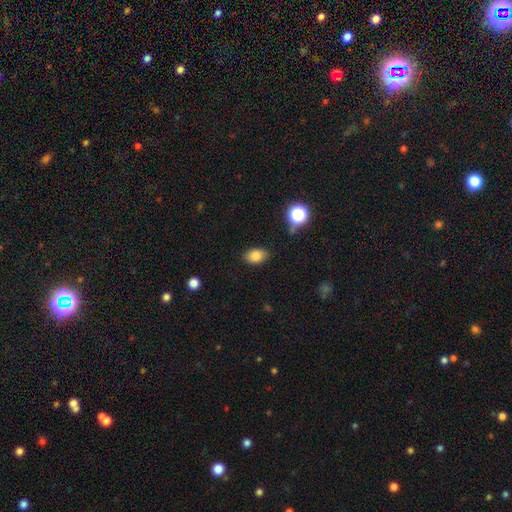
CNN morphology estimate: smooth 83%, star or artifact 11%, featured or disk 7%. Down the decision tree: how rounded — in between (81%); merging — none (81%).